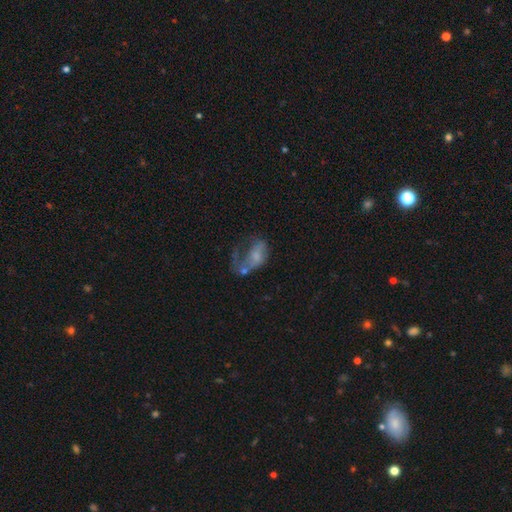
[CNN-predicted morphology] This is possibly a featured or disk galaxy (48%). Merging: possibly major disturbance (53%).